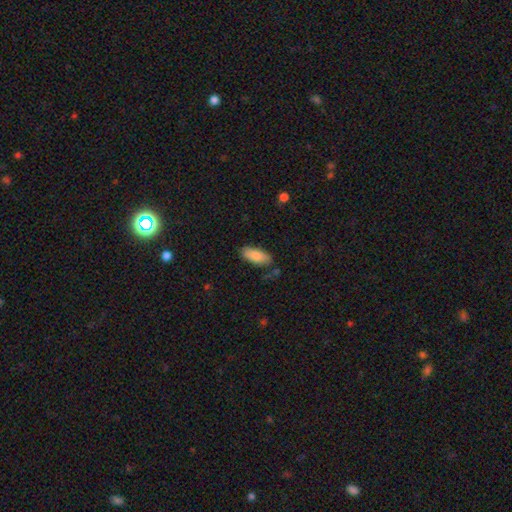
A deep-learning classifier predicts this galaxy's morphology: A smooth galaxy with no disk features (85%) that is in between round and cigar-shaped (85%).

Vote fractions:
- Smooth or featured? smooth: 85% / featured or disk: 9% / star or artifact: 6%
- How rounded? in between: 85% / cigar-shaped: 13% / round: 2%
- Merging? none: 74% / minor disturbance: 18% / major disturbance: 4% / merger: 3%